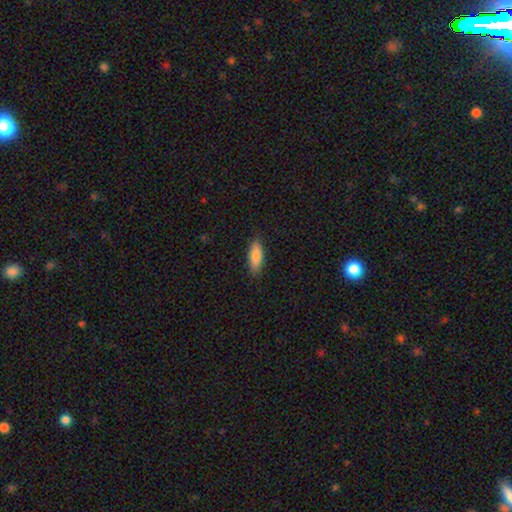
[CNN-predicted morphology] smooth_or_featured: smooth (p=0.86) [alt: featured or disk p=0.08]
how_rounded: in between (p=0.65) [alt: cigar-shaped p=0.33]
merging: none (p=0.86) [alt: minor disturbance p=0.11]